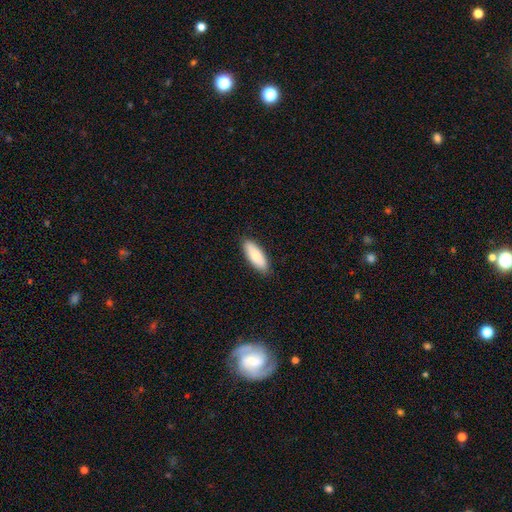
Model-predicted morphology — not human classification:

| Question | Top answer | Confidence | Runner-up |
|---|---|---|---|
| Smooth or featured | smooth | 82% | featured or disk (12%) |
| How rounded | in between | 71% | cigar-shaped (28%) |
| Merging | none | 88% | minor disturbance (9%) |